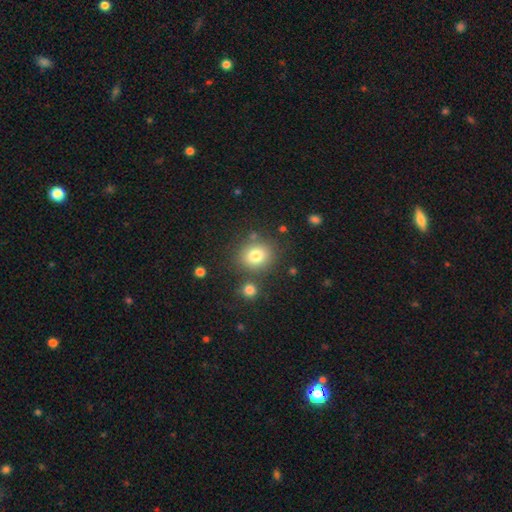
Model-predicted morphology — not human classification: This is likely a smooth galaxy (79%). How rounded: likely round (76%). Merging: likely none (77%).